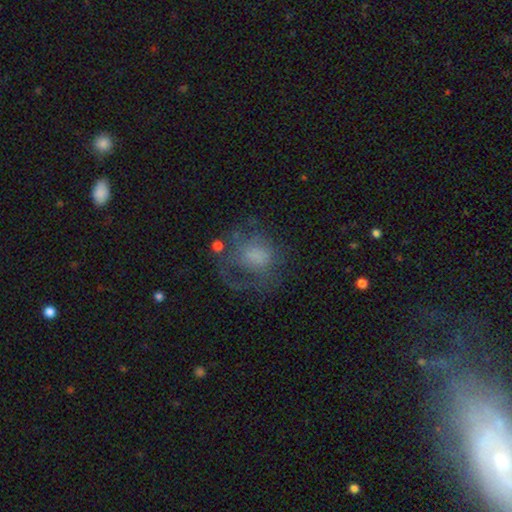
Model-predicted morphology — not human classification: Smooth or featured? smooth (46%)
Merging? none (39%)